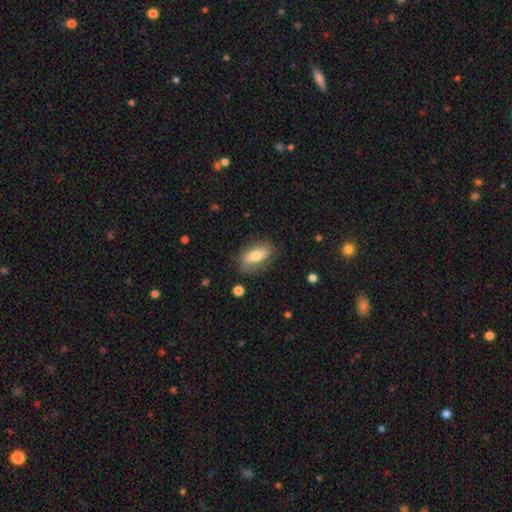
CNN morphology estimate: This is likely a smooth galaxy (68%). How rounded: clearly in between (86%). Merging: likely none (74%).